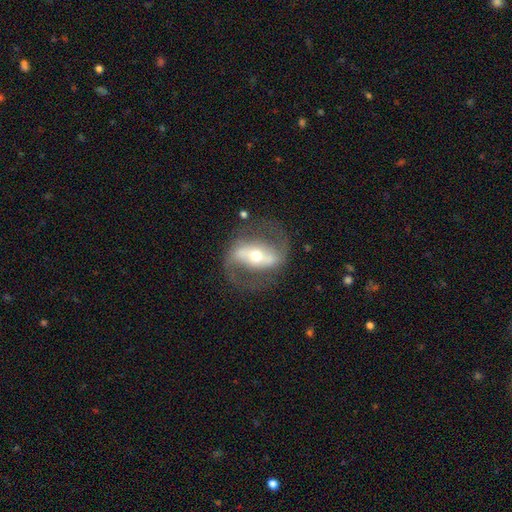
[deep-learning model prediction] Smooth or featured? Predicted: featured or disk (p=0.83). Edge-on disk? Predicted: no (p=0.92). Bar? Predicted: strong (p=0.61). Spiral arms? Predicted: yes (p=0.83). Spiral winding? Predicted: medium (p=0.48). Spiral arm count? Predicted: 2 (p=0.89). Bulge size? Predicted: moderate (p=0.59). Merging? Predicted: none (p=0.73).